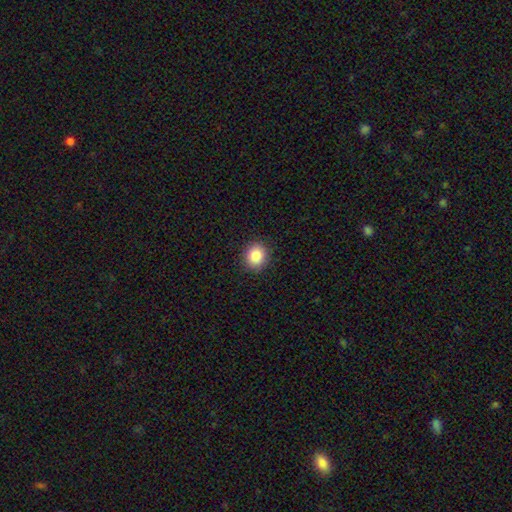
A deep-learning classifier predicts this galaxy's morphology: A smooth galaxy with no disk features (86%) that is round (72%). Merging: none (90%).